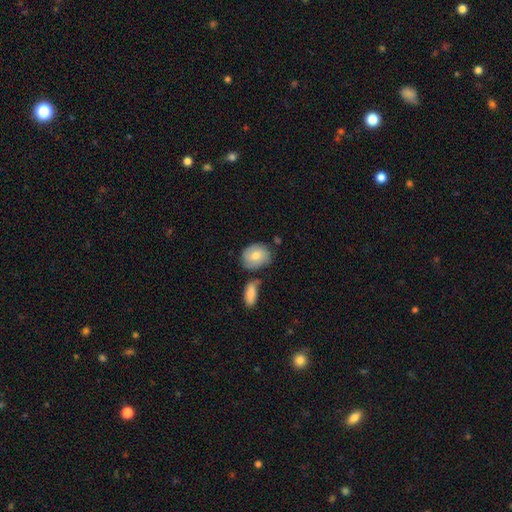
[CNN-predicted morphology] Smooth or featured: smooth — 70% (featured or disk — 24%)
How rounded: round — 52% (in between — 46%)
Merging: none — 61% (minor disturbance — 21%)